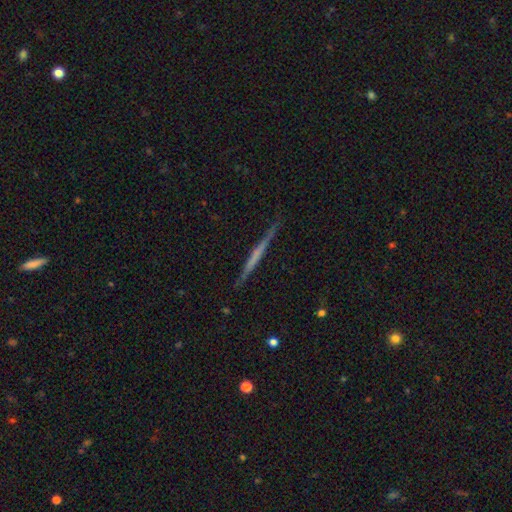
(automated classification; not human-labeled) Morphology: type=featured or disk (59%); edge-on=yes (98%); edge-on bulge=none (84%); merging=none (89%).